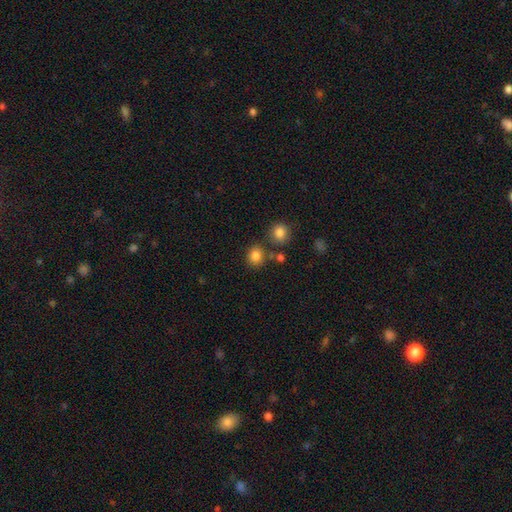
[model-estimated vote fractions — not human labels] This is clearly a smooth galaxy (84%). How rounded: likely round (78%). Merging: likely none (75%).